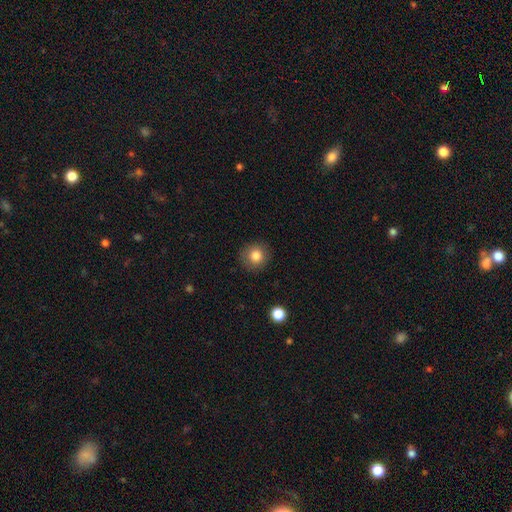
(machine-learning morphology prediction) Q: Smooth or featured?
A: smooth (82%); runner-up: star or artifact (10%)
Q: How rounded?
A: round (90%); runner-up: in between (9%)
Q: Merging?
A: none (88%); runner-up: minor disturbance (8%)